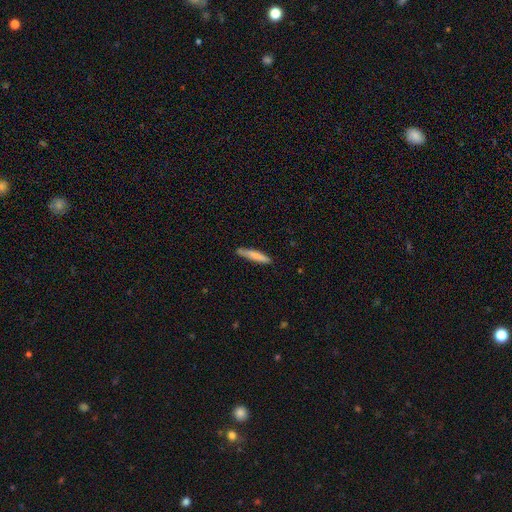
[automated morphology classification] Smooth or featured? Predicted: smooth (p=0.78). How rounded? Predicted: cigar-shaped (p=0.91). Merging? Predicted: none (p=0.81).